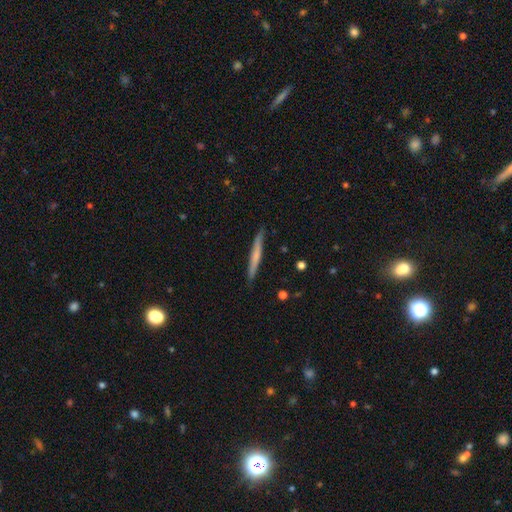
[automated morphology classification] Smooth or featured? Predicted: smooth (p=0.52). How rounded? Predicted: cigar-shaped (p=0.97). Merging? Predicted: none (p=0.89).